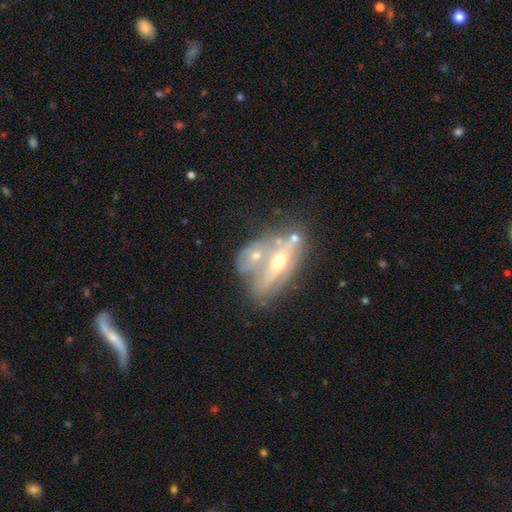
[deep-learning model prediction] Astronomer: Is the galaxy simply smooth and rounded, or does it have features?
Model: featured or disk — 71%.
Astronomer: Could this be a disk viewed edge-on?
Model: no — 53% (runner-up: yes, 47%).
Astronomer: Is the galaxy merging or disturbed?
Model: merger — 41% (runner-up: none, 33%).